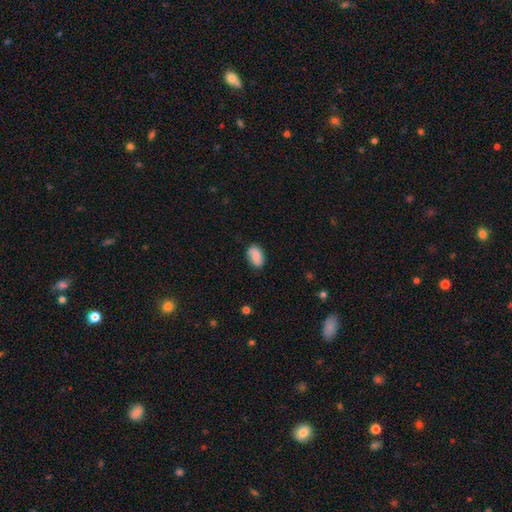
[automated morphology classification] Smooth or featured? Predicted: smooth (p=0.80). How rounded? Predicted: in between (p=0.92). Merging? Predicted: none (p=0.78).